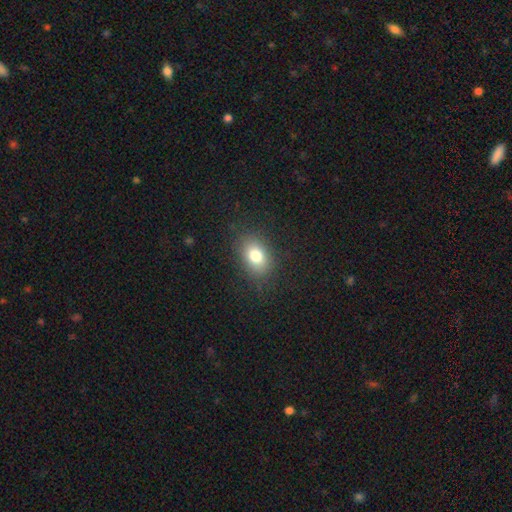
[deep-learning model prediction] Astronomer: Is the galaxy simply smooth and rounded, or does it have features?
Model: smooth — 80%.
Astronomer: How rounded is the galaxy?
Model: in between — 79%.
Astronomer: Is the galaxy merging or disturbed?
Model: none — 83%.